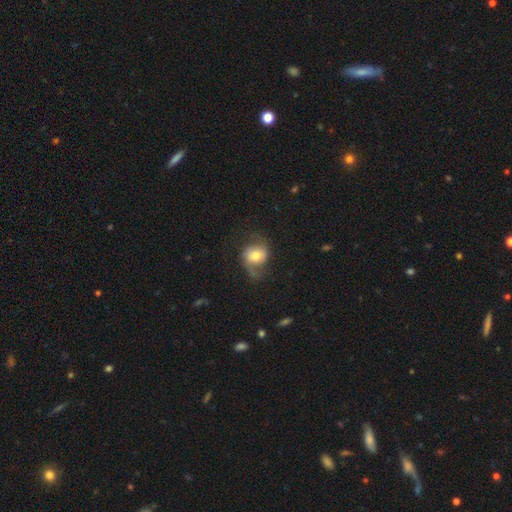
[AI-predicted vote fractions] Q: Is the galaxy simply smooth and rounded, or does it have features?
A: featured or disk — 48%.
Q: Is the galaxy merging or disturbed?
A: none — 57%.